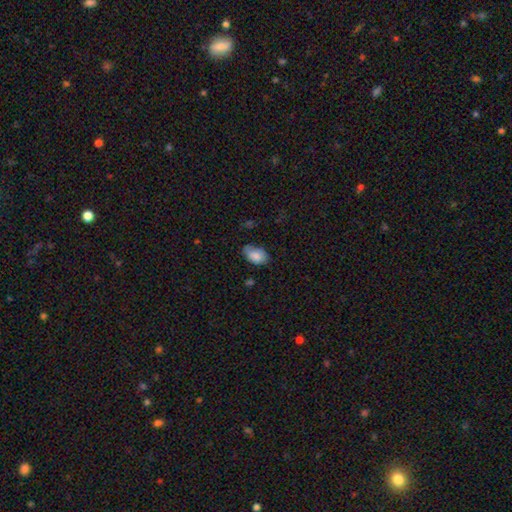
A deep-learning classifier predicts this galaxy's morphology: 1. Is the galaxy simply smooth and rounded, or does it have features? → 82% smooth, 11% featured or disk, 7% star or artifact.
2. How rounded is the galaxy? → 91% in between, 8% round, 1% cigar-shaped.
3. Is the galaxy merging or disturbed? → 56% none, 35% minor disturbance, 7% major disturbance, 2% merger.